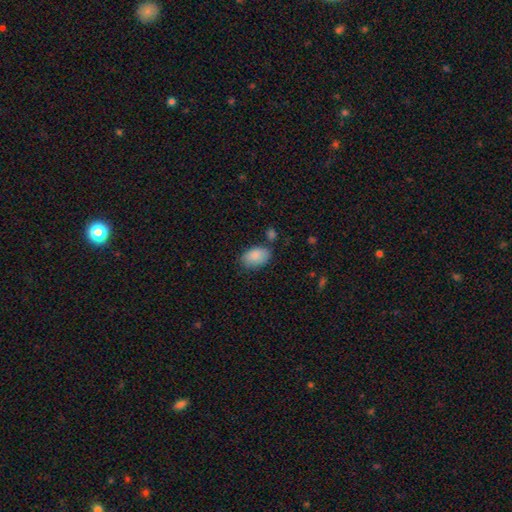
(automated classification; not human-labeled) This is clearly a smooth galaxy (88%). How rounded: clearly in between (91%). Merging: likely none (71%).